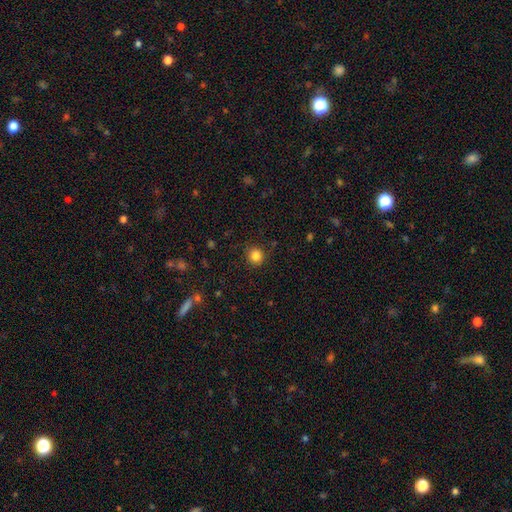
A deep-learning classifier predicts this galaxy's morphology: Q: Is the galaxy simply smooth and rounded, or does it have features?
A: smooth — 84%.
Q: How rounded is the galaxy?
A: round — 92%.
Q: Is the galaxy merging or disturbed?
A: none — 89%.